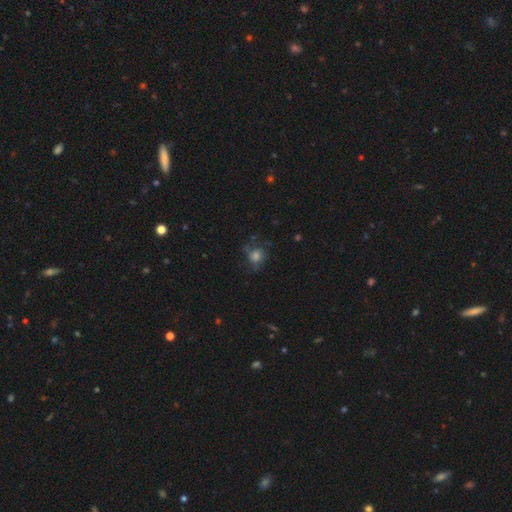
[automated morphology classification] smooth 44%, featured or disk 38%, star or artifact 18%. Down the decision tree: merging — none (57%).